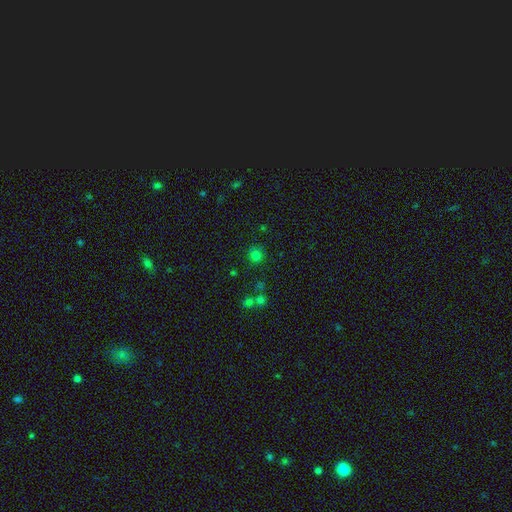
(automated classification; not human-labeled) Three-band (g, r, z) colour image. It shows a smooth galaxy with no disk features (76%) that is round (92%). Merging: none (83%).